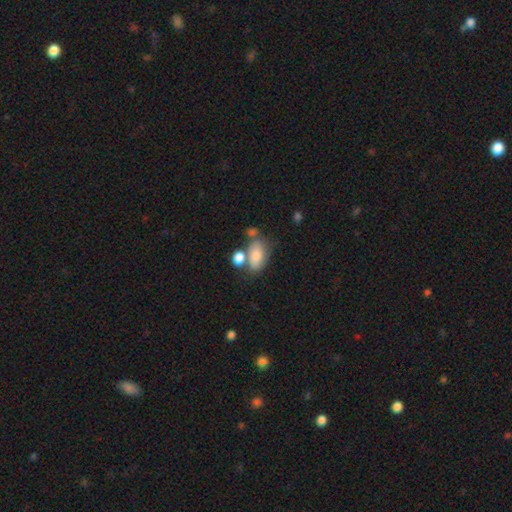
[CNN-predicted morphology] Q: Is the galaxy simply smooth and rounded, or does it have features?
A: smooth — 79%.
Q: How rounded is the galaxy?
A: in between — 88%.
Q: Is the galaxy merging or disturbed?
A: none — 40%.